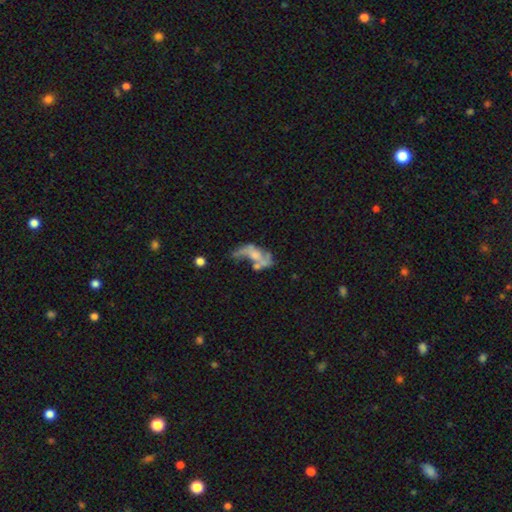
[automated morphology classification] A featured or disk galaxy (66%) with no bar (71%), spiral arms (52%) and no central bulge (36%).

Vote fractions:
- Smooth or featured? featured or disk: 66% / smooth: 23% / star or artifact: 11%
- Edge-on disk? no: 95% / yes: 5%
- Bar? no: 71% / weak: 23% / strong: 6%
- Spiral arms? yes: 52% / no: 48%
- Bulge size? none: 36% / moderate: 28% / small: 27% / large: 6% / dominant: 2%
- Merging? major disturbance: 34% / merger: 25% / none: 25% / minor disturbance: 16%